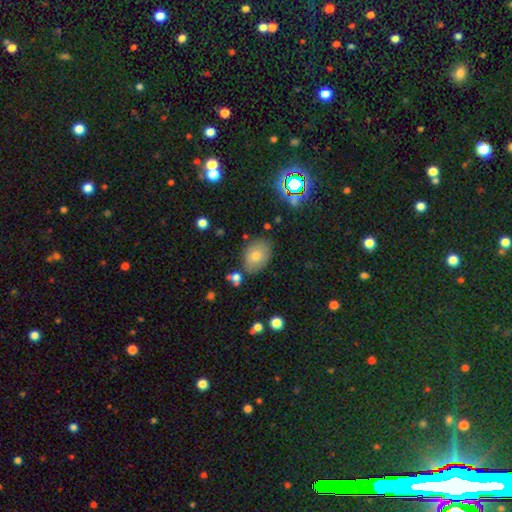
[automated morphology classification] This is likely a smooth galaxy (71%). How rounded: likely in between (74%). Merging: likely none (76%).